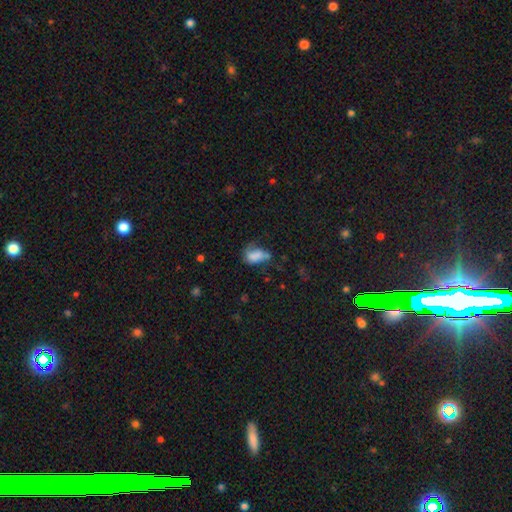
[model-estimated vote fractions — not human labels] Q: Smooth or featured?
A: smooth (66%); runner-up: featured or disk (23%)
Q: How rounded?
A: in between (85%); runner-up: round (12%)
Q: Merging?
A: major disturbance (34%); runner-up: none (27%)